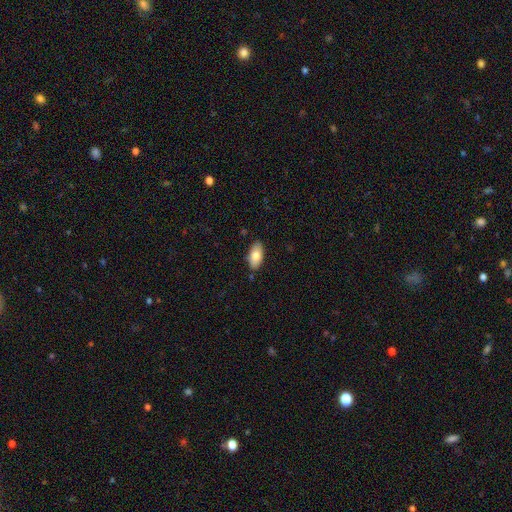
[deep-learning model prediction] Smooth or featured? smooth (79%)
How rounded? in between (93%)
Merging? none (86%)